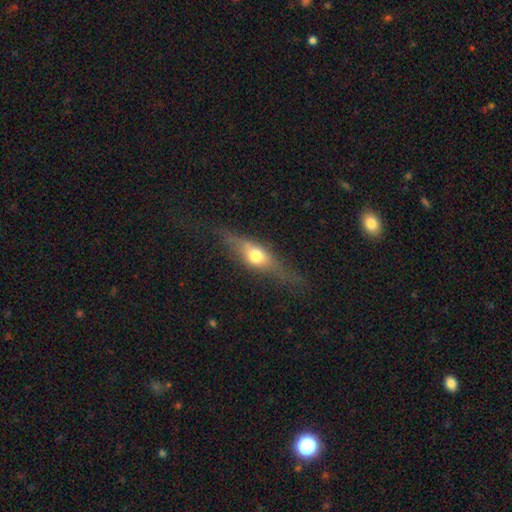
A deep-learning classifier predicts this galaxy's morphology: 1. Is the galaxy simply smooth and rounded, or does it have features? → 50% featured or disk, 42% smooth, 8% star or artifact.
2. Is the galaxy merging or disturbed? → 70% none, 19% minor disturbance, 9% major disturbance, 2% merger.